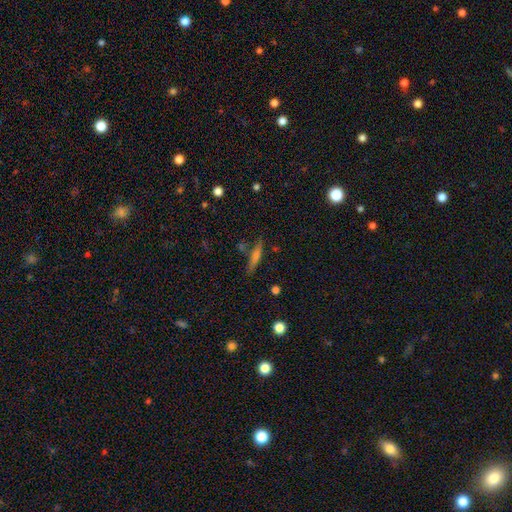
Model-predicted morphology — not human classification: Smooth or featured? Predicted: featured or disk (p=0.47). Merging? Predicted: none (p=0.83).